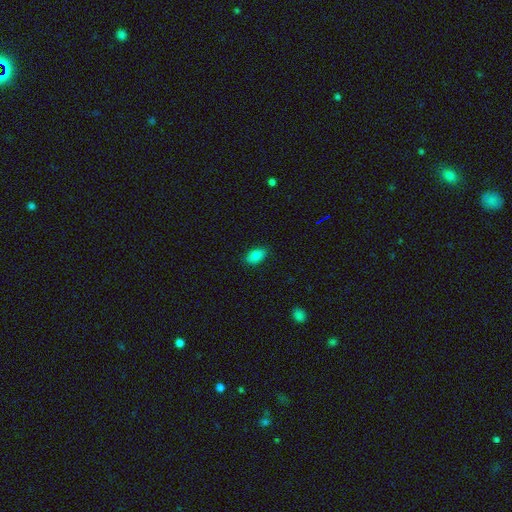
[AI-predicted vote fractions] The model was most divided on "merging": none: 85%, minor disturbance: 12%, major disturbance: 2%, merger: 1%. More confident: how rounded — in between (88%); smooth or featured — smooth (83%).